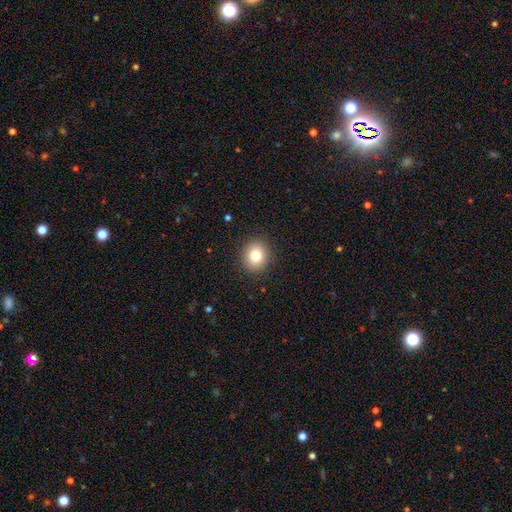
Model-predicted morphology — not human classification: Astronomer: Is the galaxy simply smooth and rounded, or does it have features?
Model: smooth — 80%.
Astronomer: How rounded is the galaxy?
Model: round — 81%.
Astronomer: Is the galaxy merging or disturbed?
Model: none — 91%.